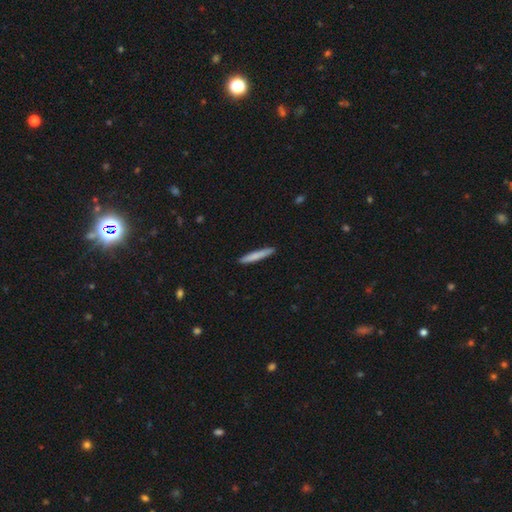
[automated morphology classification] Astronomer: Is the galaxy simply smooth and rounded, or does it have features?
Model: smooth — 76%.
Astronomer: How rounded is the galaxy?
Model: cigar-shaped — 95%.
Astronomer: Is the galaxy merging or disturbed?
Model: none — 90%.